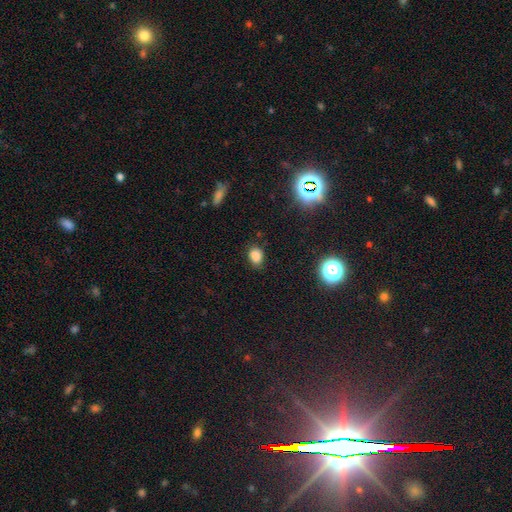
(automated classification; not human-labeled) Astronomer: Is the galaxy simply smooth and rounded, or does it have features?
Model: smooth — 81%.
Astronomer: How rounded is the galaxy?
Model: in between — 64%.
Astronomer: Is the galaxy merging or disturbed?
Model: none — 78%.